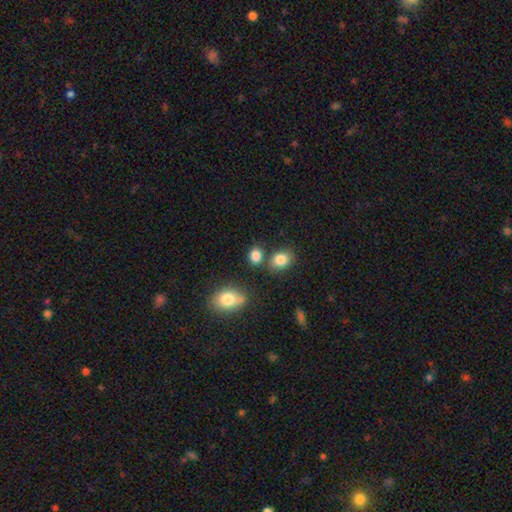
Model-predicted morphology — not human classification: smooth_or_featured: smooth (p=0.85) [alt: star or artifact p=0.10]
how_rounded: in between (p=0.50) [alt: round p=0.49]
merging: none (p=0.71) [alt: merger p=0.14]